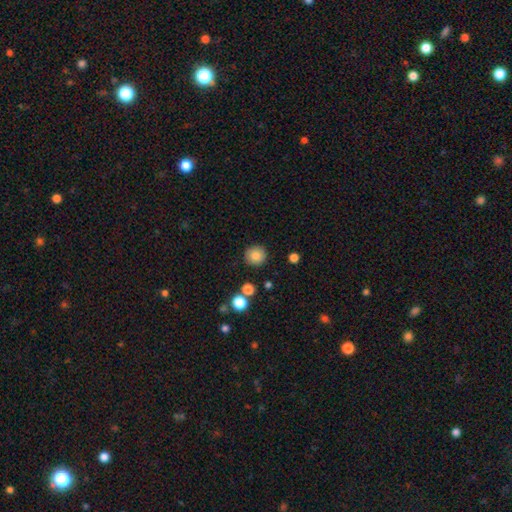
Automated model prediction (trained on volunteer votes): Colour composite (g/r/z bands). It shows a smooth galaxy with no disk features (84%) that is round (94%). Merging: none (90%).